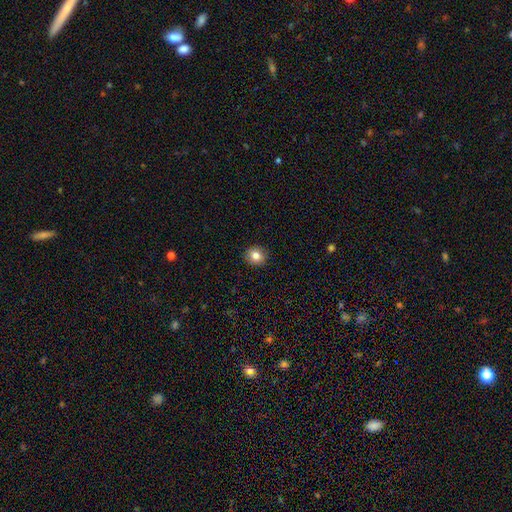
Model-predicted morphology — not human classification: Smooth or featured? smooth (83%)
How rounded? round (82%)
Merging? none (92%)